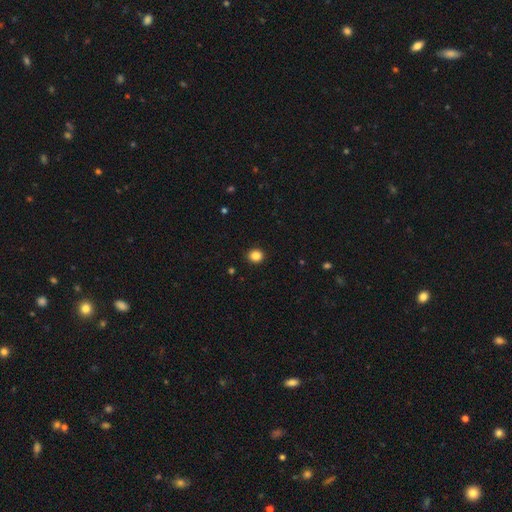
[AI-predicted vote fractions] Smooth or featured? Predicted: smooth (p=0.86). How rounded? Predicted: round (p=0.82). Merging? Predicted: none (p=0.92).